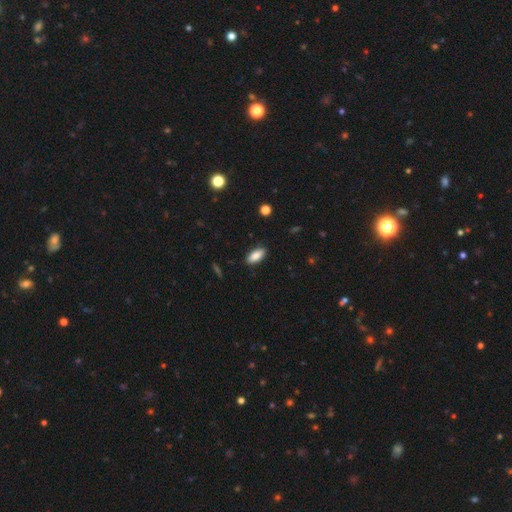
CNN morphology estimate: type=smooth (87%); roundness=in between (85%); merging=none (87%).